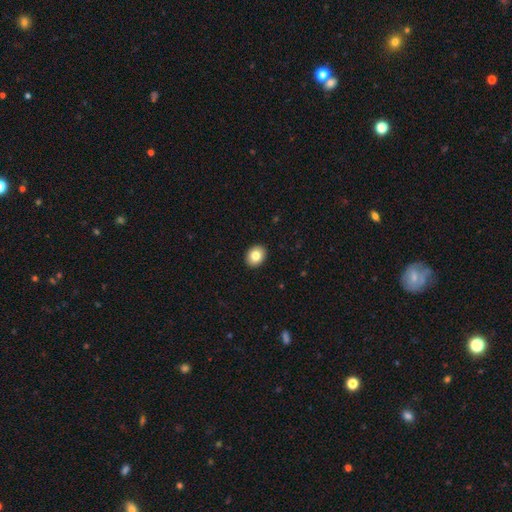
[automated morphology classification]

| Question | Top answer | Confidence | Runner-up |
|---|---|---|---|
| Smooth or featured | smooth | 83% | featured or disk (9%) |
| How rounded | in between | 56% | round (43%) |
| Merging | none | 92% | minor disturbance (6%) |